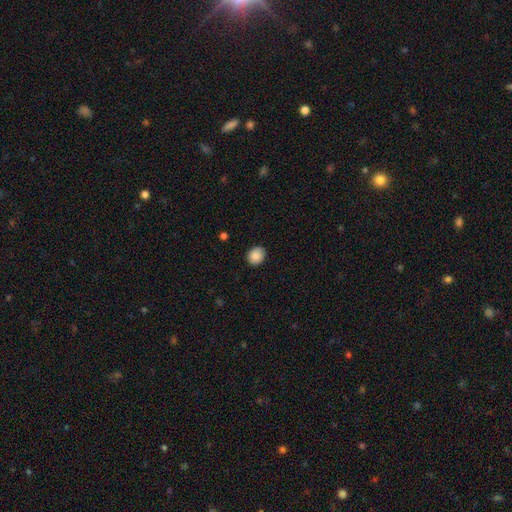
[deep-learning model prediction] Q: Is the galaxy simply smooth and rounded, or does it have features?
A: smooth — 88%.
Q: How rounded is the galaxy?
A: round — 69%.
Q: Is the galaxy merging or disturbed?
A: none — 88%.